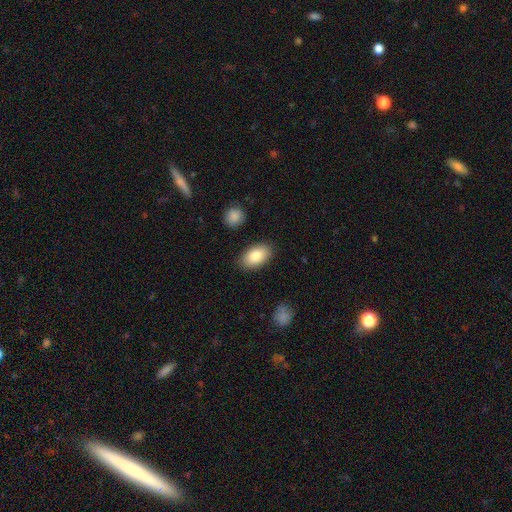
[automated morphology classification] type=smooth (84%); roundness=in between (94%); merging=none (86%).